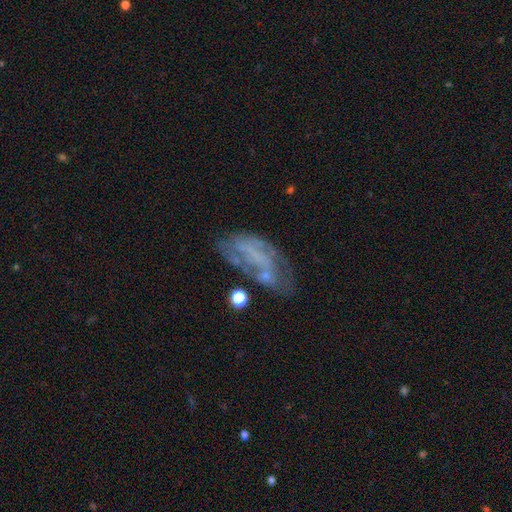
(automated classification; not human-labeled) Morphology: type=featured or disk (62%); edge-on=no (94%); bar=no (60%); spiral arms=yes (53%); bulge=none (72%); merging=none (39%).